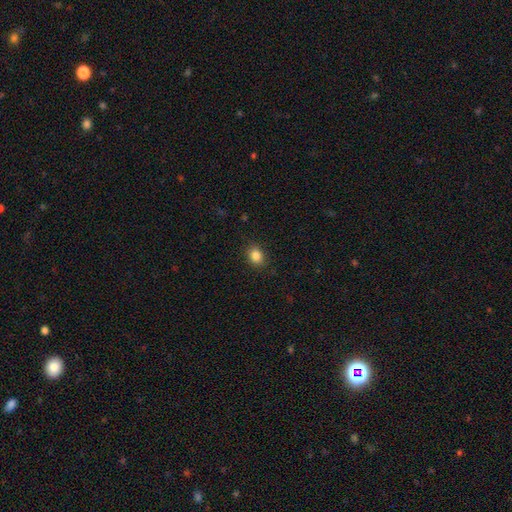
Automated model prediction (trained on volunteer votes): Morphology: type=smooth (85%); roundness=in between (54%); merging=none (89%).